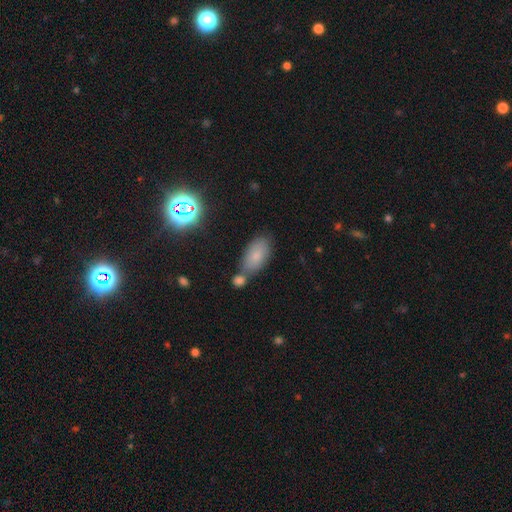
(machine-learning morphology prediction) Q: Smooth or featured?
A: smooth (75%); runner-up: star or artifact (14%)
Q: How rounded?
A: in between (92%); runner-up: round (4%)
Q: Merging?
A: none (59%); runner-up: merger (22%)